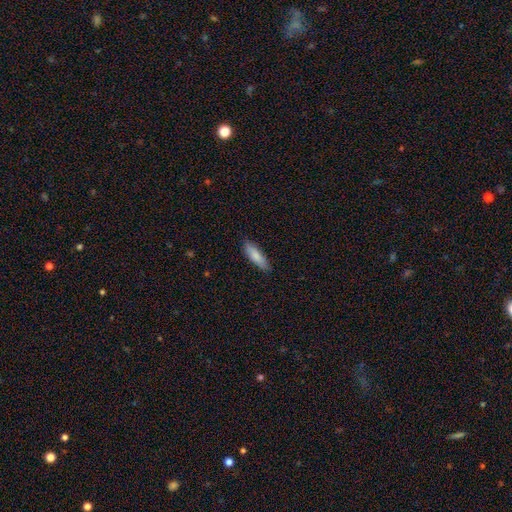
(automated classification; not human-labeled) smooth-or-featured: smooth: 84% | featured or disk: 11% | star or artifact: 6%
  how-rounded: cigar-shaped: 51% | in between: 48% | round: 2%
  merging: none: 85% | minor disturbance: 12% | major disturbance: 2% | merger: 1%